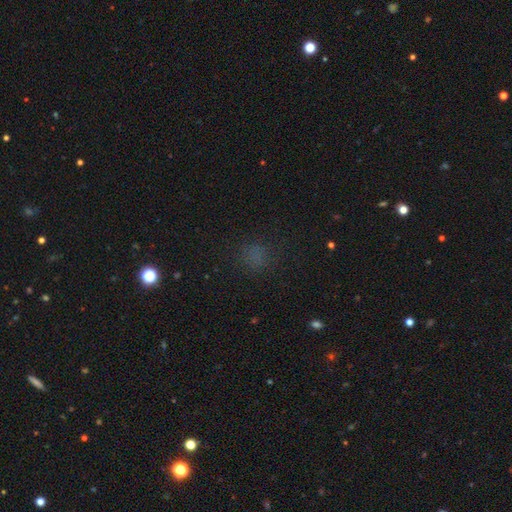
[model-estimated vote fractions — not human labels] Smooth or featured? Predicted: smooth (p=0.65). How rounded? Predicted: round (p=0.78). Merging? Predicted: none (p=0.79).